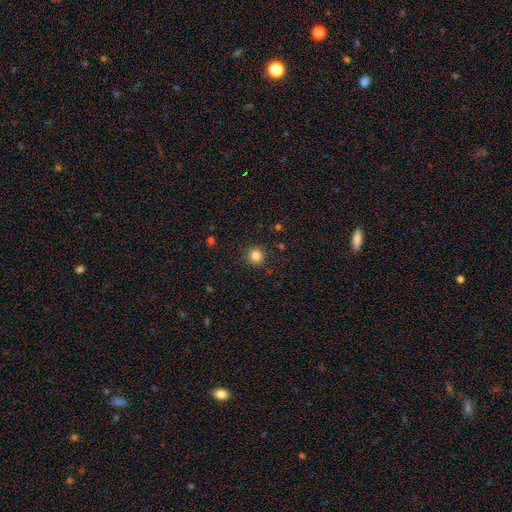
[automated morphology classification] The model was most divided on "smooth or featured": smooth: 83%, star or artifact: 12%, featured or disk: 5%. More confident: how rounded — round (92%); merging — none (89%).